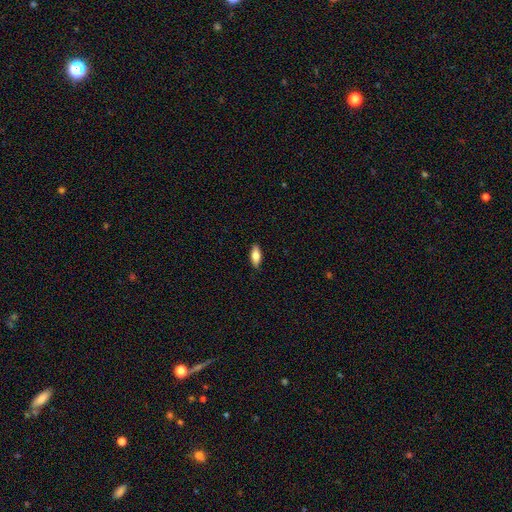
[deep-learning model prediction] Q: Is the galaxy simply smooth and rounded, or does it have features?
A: smooth — 73%.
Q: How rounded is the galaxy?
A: in between — 75%.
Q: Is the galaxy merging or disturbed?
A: none — 88%.